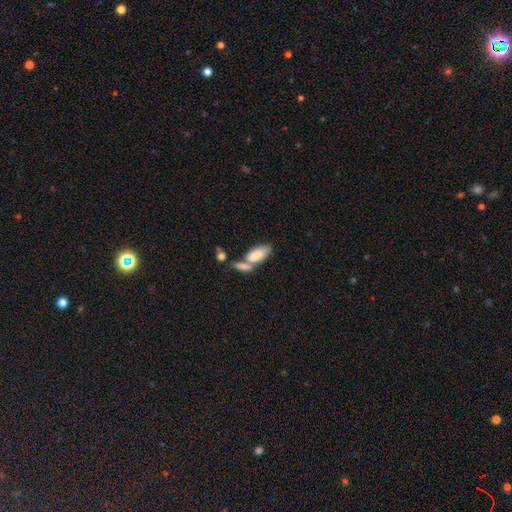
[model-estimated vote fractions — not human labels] Smooth or featured? Predicted: smooth (p=0.79). How rounded? Predicted: in between (p=0.86). Merging? Predicted: merger (p=0.53).